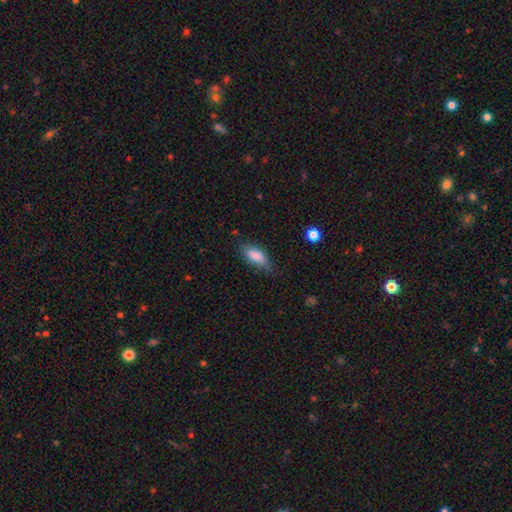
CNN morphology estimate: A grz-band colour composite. It shows a smooth galaxy with no disk features (84%) that is in between round and cigar-shaped (81%). Merging: none (69%).